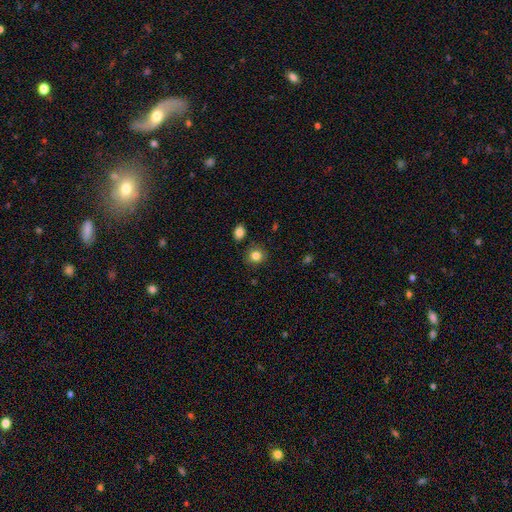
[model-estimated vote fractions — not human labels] Smooth or featured?
  - smooth: 84% *
  - star or artifact: 10%
  - featured or disk: 6%
How rounded?
  - round: 85% *
  - in between: 14%
  - cigar-shaped: 1%
Merging?
  - none: 86% *
  - minor disturbance: 8%
  - merger: 3%
  - major disturbance: 2%